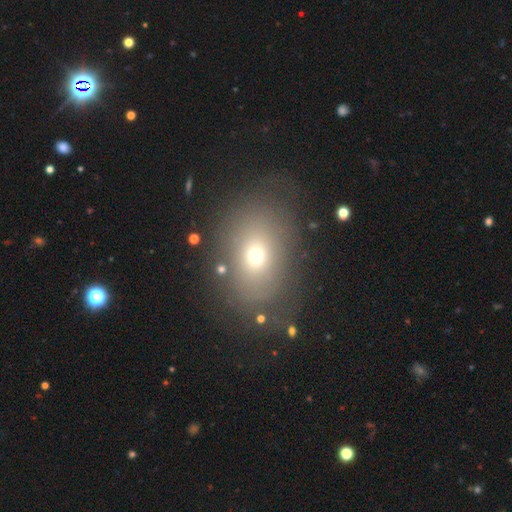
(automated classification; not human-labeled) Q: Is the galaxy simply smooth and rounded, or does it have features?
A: smooth — 62%.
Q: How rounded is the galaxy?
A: in between — 61%.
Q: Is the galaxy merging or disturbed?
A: none — 70%.